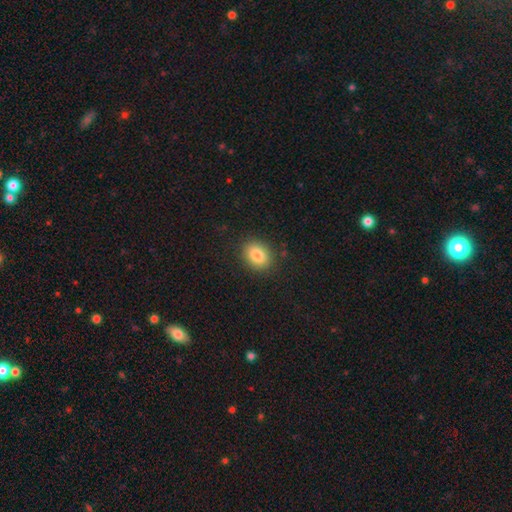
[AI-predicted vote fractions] smooth 84%, star or artifact 9%, featured or disk 7%. Down the decision tree: how rounded — in between (59%); merging — none (88%).